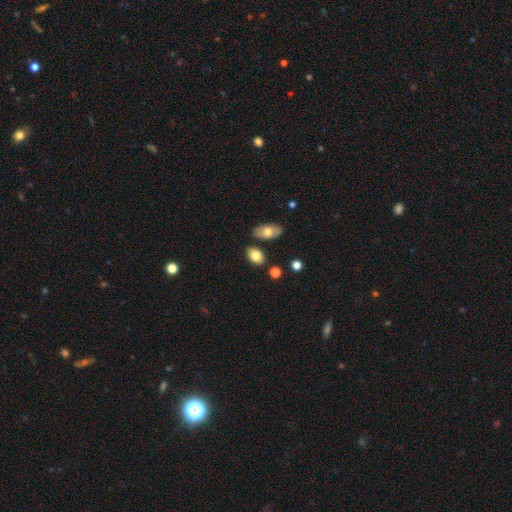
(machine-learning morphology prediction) This appears to be a smooth galaxy with no disk features (78%) that is in between round and cigar-shaped (86%). Merging: none (77%).